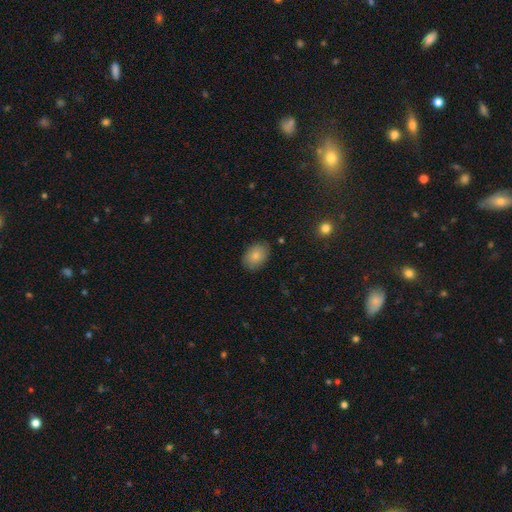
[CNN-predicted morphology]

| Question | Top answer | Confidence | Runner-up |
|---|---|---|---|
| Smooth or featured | smooth | 83% | featured or disk (9%) |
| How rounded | in between | 81% | round (18%) |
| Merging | none | 84% | minor disturbance (12%) |